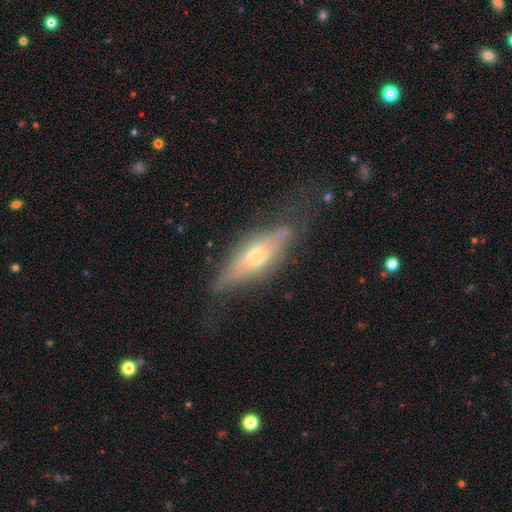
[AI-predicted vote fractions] smooth_or_featured: featured or disk (p=0.73) [alt: smooth p=0.20]
disk_edge_on: yes (p=0.87) [alt: no p=0.13]
edge_on_bulge: rounded (p=0.79) [alt: boxy p=0.15]
merging: none (p=0.62) [alt: minor disturbance p=0.23]